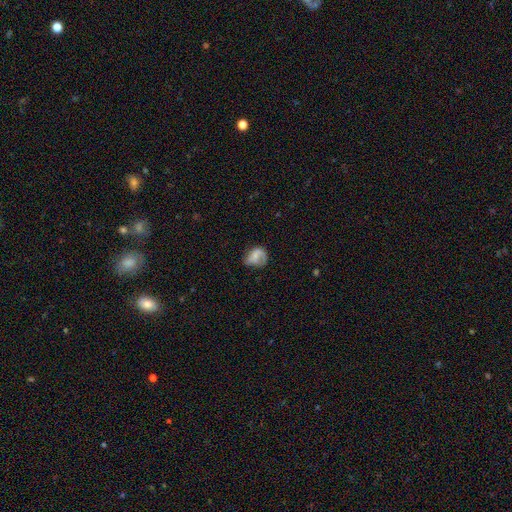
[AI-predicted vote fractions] Morphology: type=smooth (51%); roundness=in between (56%); merging=none (43%).